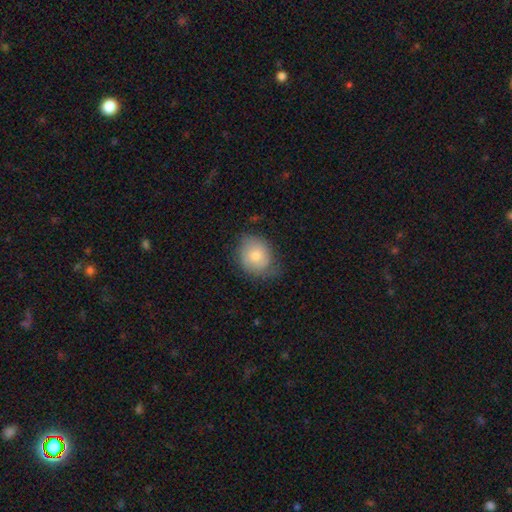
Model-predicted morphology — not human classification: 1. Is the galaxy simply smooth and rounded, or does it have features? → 67% smooth, 25% featured or disk, 8% star or artifact.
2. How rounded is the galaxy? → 62% round, 37% in between, 1% cigar-shaped.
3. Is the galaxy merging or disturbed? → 59% none, 30% minor disturbance, 10% major disturbance, 1% merger.